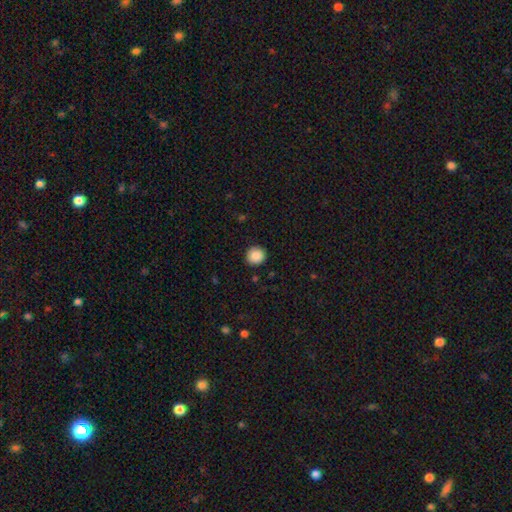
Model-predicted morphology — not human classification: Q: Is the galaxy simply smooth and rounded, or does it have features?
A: smooth — 89%.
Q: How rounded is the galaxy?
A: round — 93%.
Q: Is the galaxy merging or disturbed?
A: none — 92%.